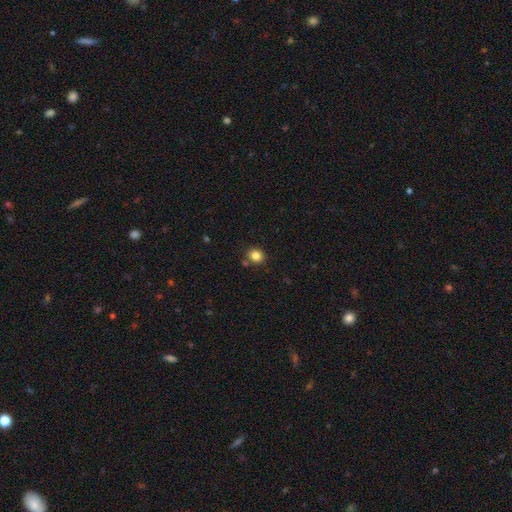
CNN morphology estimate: This is clearly a smooth galaxy (83%). How rounded: likely round (75%). Merging: clearly none (82%).